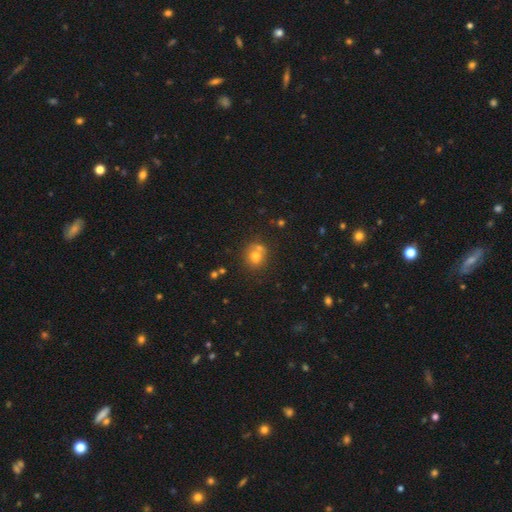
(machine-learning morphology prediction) The model was most divided on "merging": none: 52%, merger: 34%, minor disturbance: 10%, major disturbance: 4%. More confident: how rounded — round (81%); smooth or featured — smooth (70%).